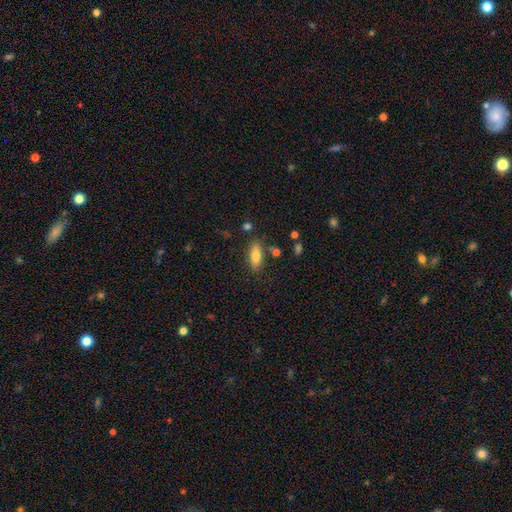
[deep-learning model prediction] Overall: smooth (82%). How rounded: in between (77%). Merging: none (77%).